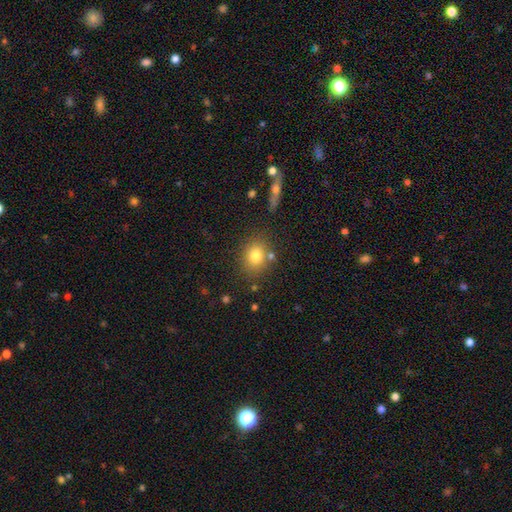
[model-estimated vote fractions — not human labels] Smooth or featured: smooth — 79% (star or artifact — 11%)
How rounded: round — 57% (in between — 42%)
Merging: none — 77% (minor disturbance — 12%)